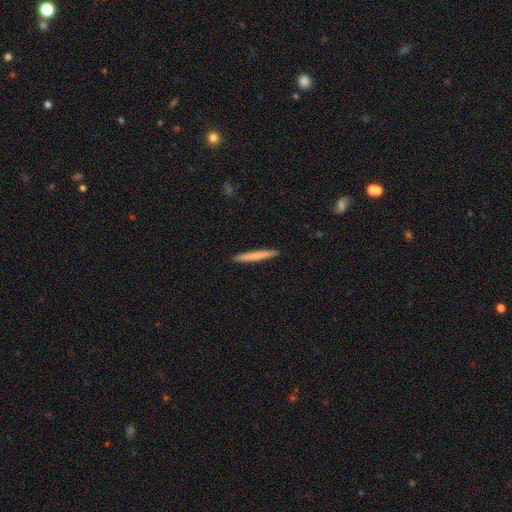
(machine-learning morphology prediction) smooth-or-featured: smooth: 71% | featured or disk: 24% | star or artifact: 5%
  how-rounded: cigar-shaped: 97% | in between: 2% | round: 1%
  merging: none: 93% | minor disturbance: 5% | major disturbance: 1% | merger: 1%